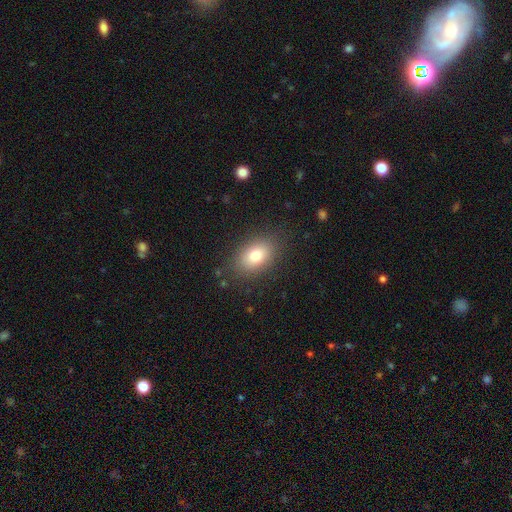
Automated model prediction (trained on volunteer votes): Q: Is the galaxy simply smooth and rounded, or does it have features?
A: smooth — 78%.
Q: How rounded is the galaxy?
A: in between — 83%.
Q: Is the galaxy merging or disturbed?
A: none — 84%.